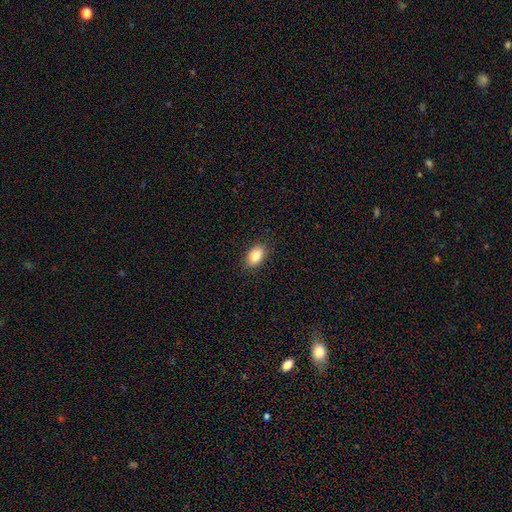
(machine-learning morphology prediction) smooth 84%, featured or disk 8%, star or artifact 8%. Down the decision tree: how rounded — in between (87%); merging — none (88%).